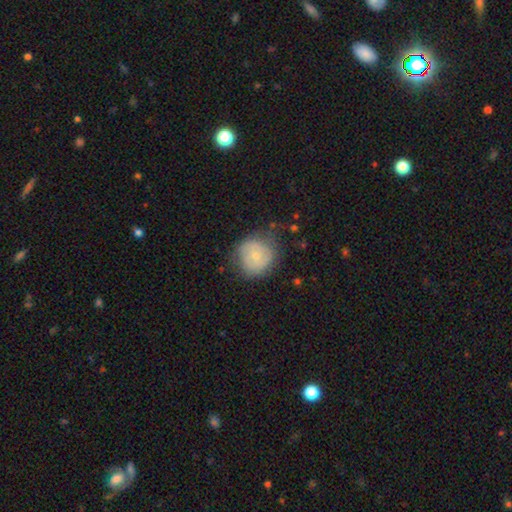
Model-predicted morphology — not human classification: smooth-or-featured: smooth: 53% | featured or disk: 40% | star or artifact: 7%
  how-rounded: round: 87% | in between: 12% | cigar-shaped: 1%
  merging: none: 65% | minor disturbance: 24% | major disturbance: 9% | merger: 2%